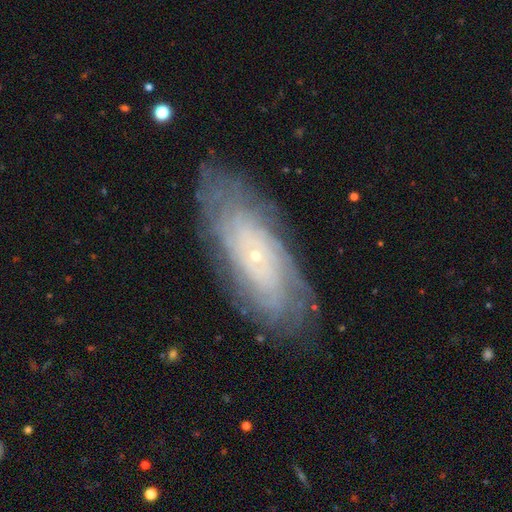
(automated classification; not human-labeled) Overall: featured or disk (75%). Edge-on disk: no (88%). Bar: no (84%). Spiral arms: yes (89%). Spiral arm count: can't tell (58%). Spiral winding: tight (80%). Bulge size: small (89%). Merging: none (80%).